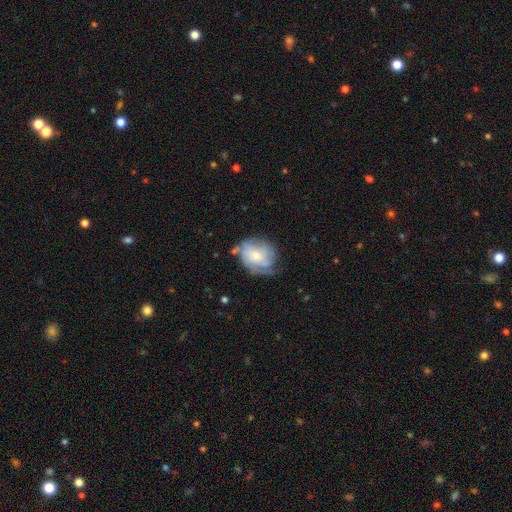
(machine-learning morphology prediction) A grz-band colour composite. It shows a featured or disk galaxy (63%) with no bar (73%), spiral arms (82%) and a small central bulge (53%). Merging: none (51%).